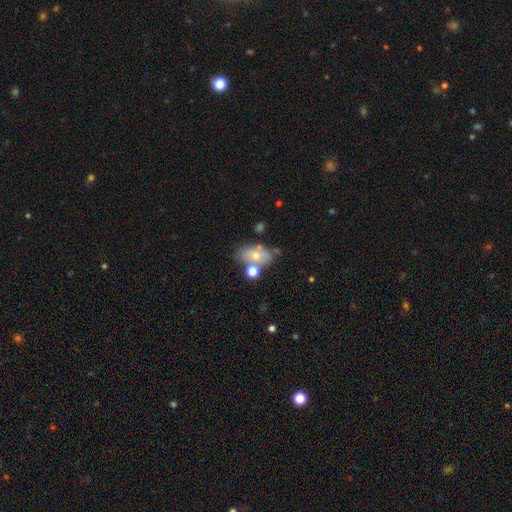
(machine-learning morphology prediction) A smooth galaxy with no disk features (58%) that is in between round and cigar-shaped (79%).

Vote fractions:
- Smooth or featured? smooth: 58% / featured or disk: 31% / star or artifact: 11%
- How rounded? in between: 79% / round: 18% / cigar-shaped: 2%
- Merging? none: 51% / merger: 24% / minor disturbance: 18% / major disturbance: 7%